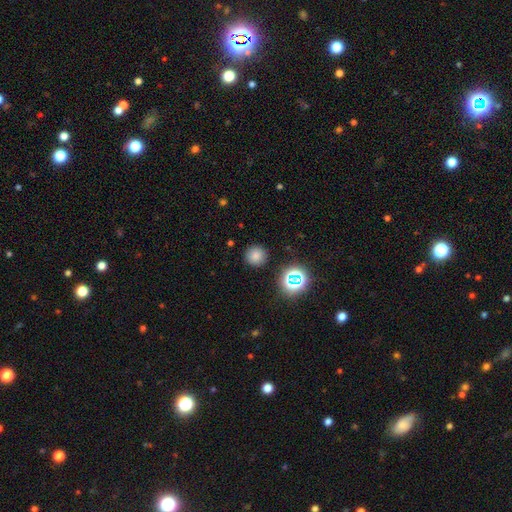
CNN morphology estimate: This is likely a smooth galaxy (77%). How rounded: clearly round (94%). Merging: clearly none (89%).